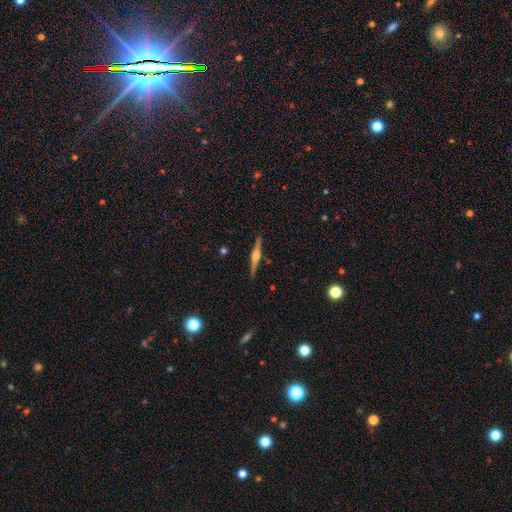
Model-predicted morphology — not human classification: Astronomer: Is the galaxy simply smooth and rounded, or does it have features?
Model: featured or disk — 81%.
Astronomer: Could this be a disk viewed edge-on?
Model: yes — 98%.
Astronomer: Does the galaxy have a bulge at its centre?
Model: rounded — 84%.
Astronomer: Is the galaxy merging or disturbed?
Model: none — 91%.